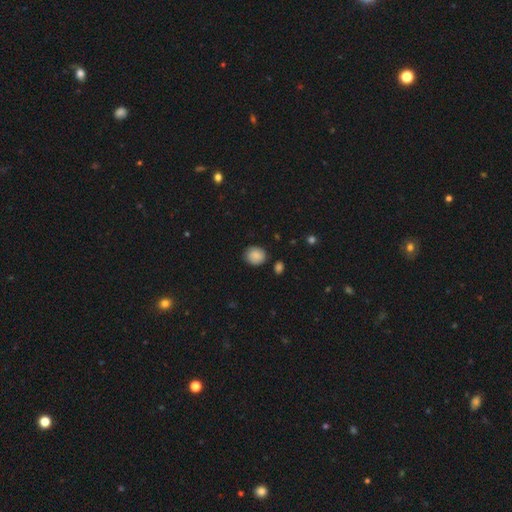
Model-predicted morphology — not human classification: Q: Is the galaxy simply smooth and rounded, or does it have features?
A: smooth — 86%.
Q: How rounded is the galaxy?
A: round — 74%.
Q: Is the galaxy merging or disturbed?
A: none — 80%.